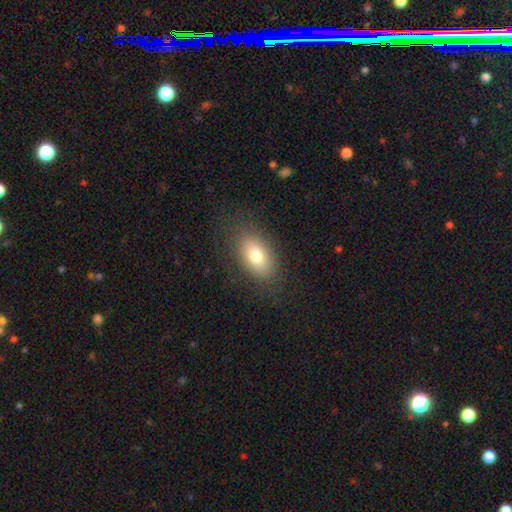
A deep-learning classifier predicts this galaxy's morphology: Q: Smooth or featured?
A: smooth (76%); runner-up: featured or disk (15%)
Q: How rounded?
A: in between (88%); runner-up: round (9%)
Q: Merging?
A: none (84%); runner-up: minor disturbance (11%)